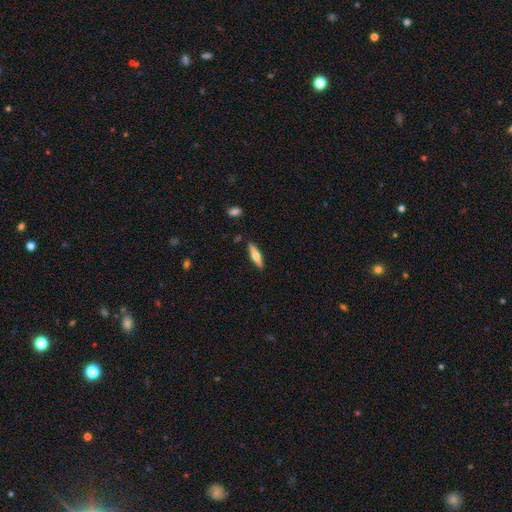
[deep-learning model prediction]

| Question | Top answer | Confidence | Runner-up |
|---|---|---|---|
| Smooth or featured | smooth | 47% | tied: featured or disk (47%) |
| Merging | none | 89% | minor disturbance (8%) |